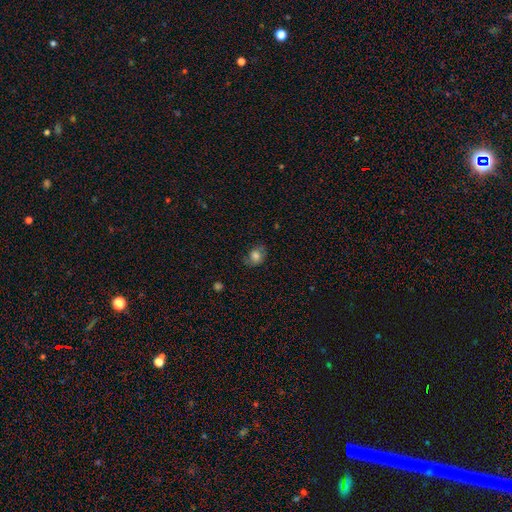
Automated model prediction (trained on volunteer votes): Smooth or featured?
  - smooth: 78% *
  - featured or disk: 12%
  - star or artifact: 11%
How rounded?
  - round: 51% *
  - in between: 48%
  - cigar-shaped: 1%
Merging?
  - none: 67% *
  - minor disturbance: 24%
  - major disturbance: 8%
  - merger: 2%